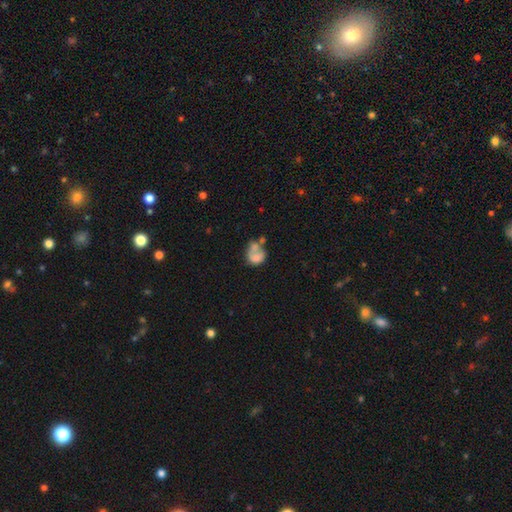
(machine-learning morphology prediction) Overall: smooth (56%; featured or disk 34%). How rounded: in between (51%; round 48%). Merging: merger (40%; none 23%).